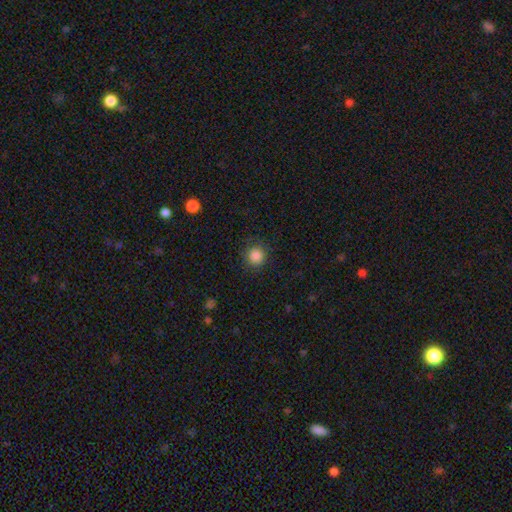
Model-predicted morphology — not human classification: Smooth or featured? Predicted: smooth (p=0.86). How rounded? Predicted: round (p=0.93). Merging? Predicted: none (p=0.86).